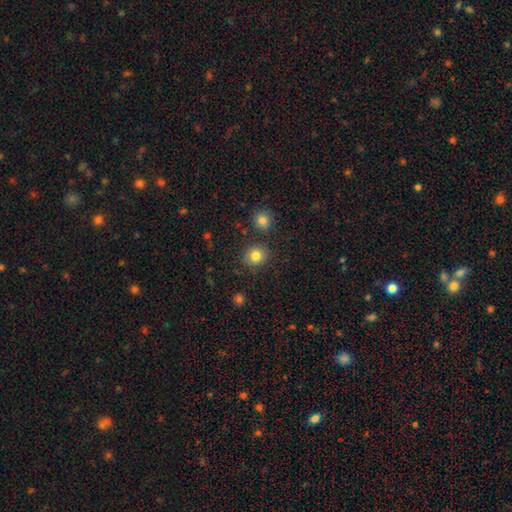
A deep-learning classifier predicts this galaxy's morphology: smooth 82%, star or artifact 11%, featured or disk 6%. Down the decision tree: how rounded — round (84%); merging — none (84%).